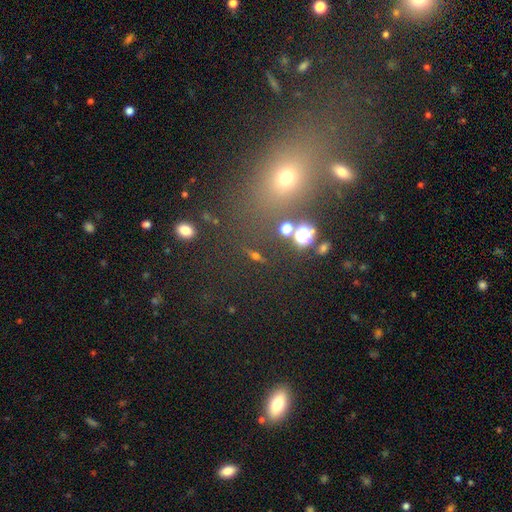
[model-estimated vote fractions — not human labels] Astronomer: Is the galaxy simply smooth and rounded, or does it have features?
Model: smooth — 43% (runner-up: star or artifact, 42%).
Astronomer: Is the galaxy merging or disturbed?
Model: none — 74%.